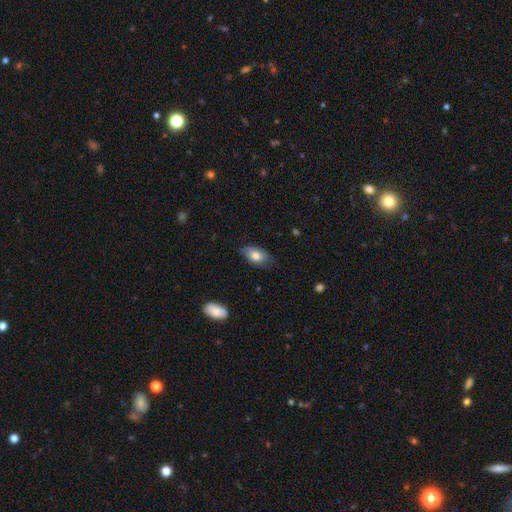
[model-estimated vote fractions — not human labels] Smooth or featured? Predicted: smooth (p=0.74). How rounded? Predicted: in between (p=0.90). Merging? Predicted: none (p=0.68).